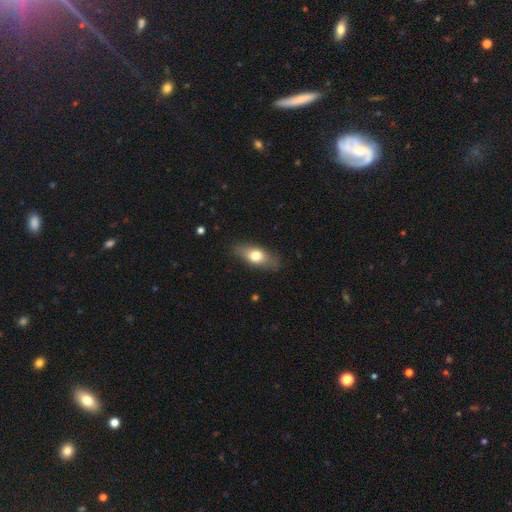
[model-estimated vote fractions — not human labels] This appears to be a smooth galaxy with no disk features (68%) that is in between round and cigar-shaped (75%). Merging: none (82%).